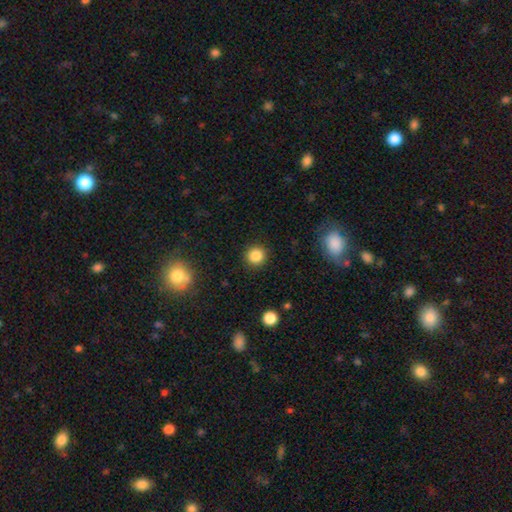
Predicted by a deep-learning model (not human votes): A smooth galaxy with no disk features (85%) that is round (92%). Merging: none (91%).